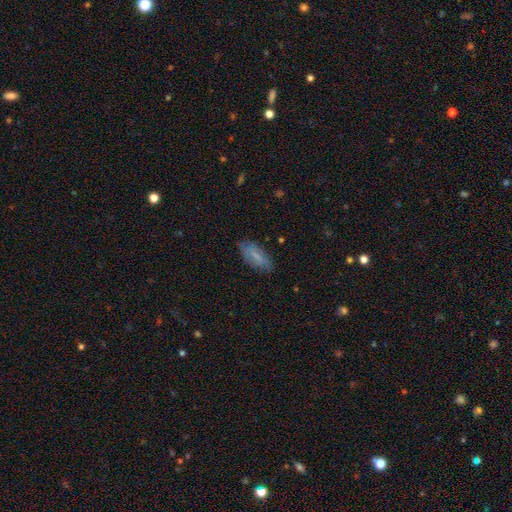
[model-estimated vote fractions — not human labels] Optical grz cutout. It shows a smooth galaxy with no disk features (67%) that is in between round and cigar-shaped (77%). Merging: none (78%).